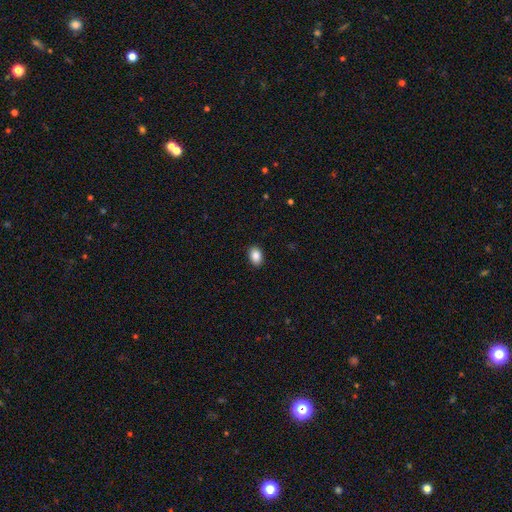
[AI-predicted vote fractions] Morphology: type=smooth (88%); roundness=in between (83%); merging=none (90%).